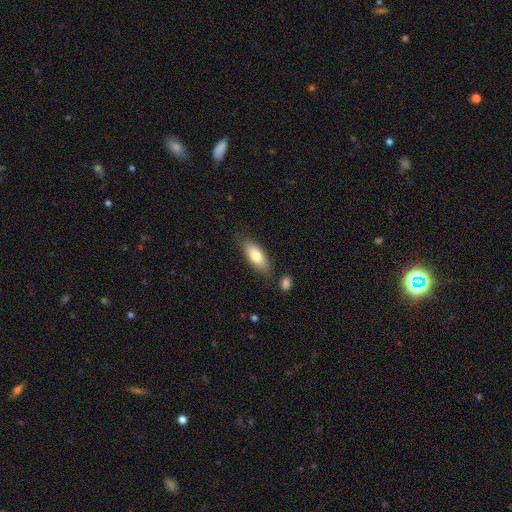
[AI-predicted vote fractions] The model was most divided on "how rounded": in between: 78%, cigar-shaped: 19%, round: 3%. More confident: merging — none (77%); smooth or featured — smooth (77%).